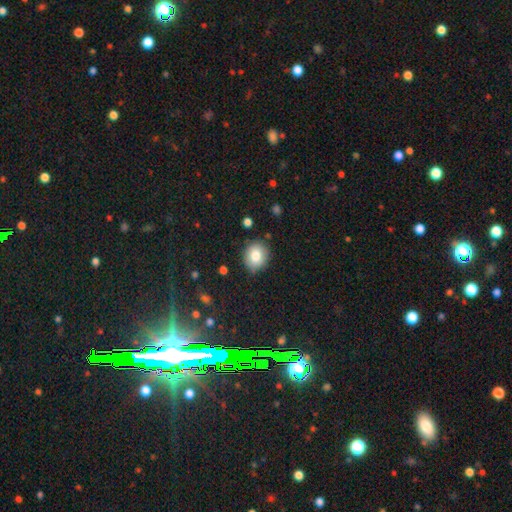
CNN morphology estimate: A smooth galaxy with no disk features (81%) that is round (74%). Merging: none (85%).